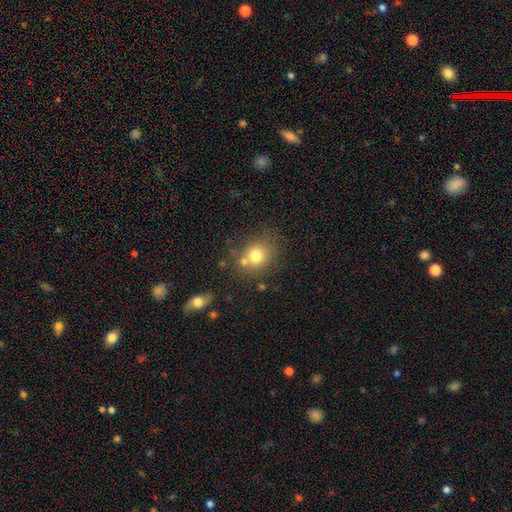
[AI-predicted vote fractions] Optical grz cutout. It shows a smooth galaxy with no disk features (75%) that is round (74%). Merging: none (63%).